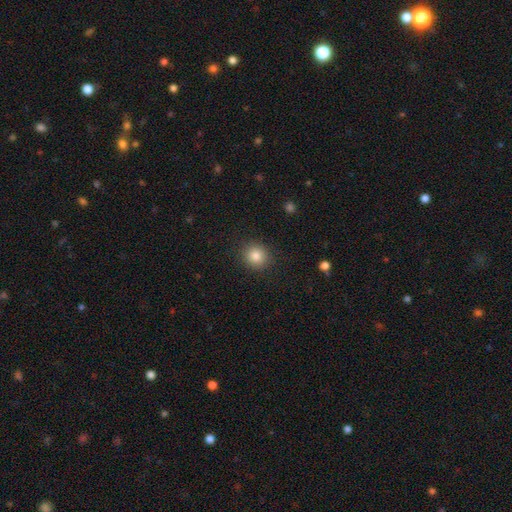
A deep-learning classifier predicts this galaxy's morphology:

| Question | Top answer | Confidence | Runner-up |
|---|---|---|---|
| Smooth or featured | smooth | 84% | star or artifact (10%) |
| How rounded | round | 86% | in between (13%) |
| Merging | none | 90% | minor disturbance (7%) |